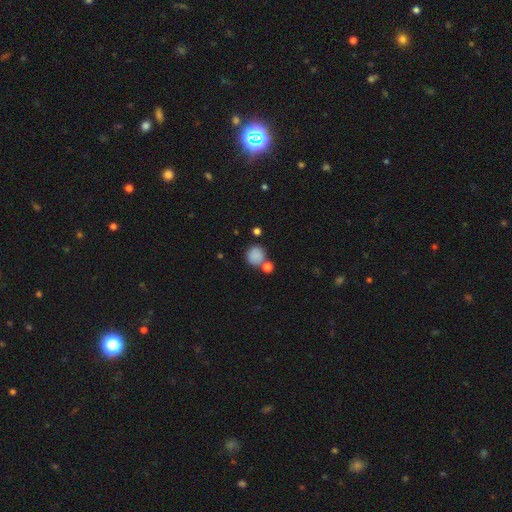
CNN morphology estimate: This appears to be a smooth galaxy with no disk features (84%) that is round (88%). Merging: none (65%).